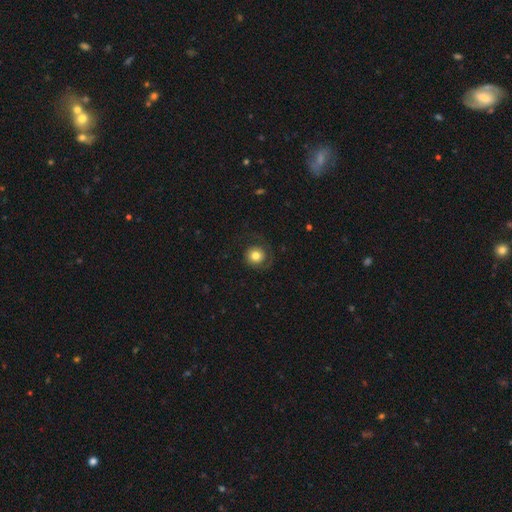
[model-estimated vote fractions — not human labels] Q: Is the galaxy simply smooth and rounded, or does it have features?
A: smooth — 73%.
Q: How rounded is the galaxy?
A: round — 92%.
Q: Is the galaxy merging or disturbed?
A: none — 71%.